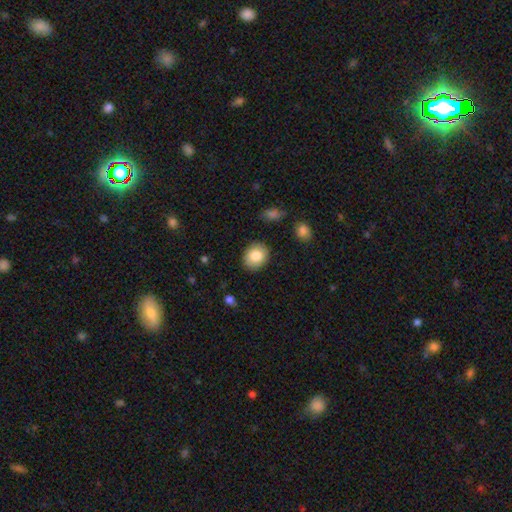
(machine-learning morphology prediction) Smooth or featured: smooth — 82% (featured or disk — 10%)
How rounded: round — 52% (in between — 47%)
Merging: none — 87% (minor disturbance — 10%)